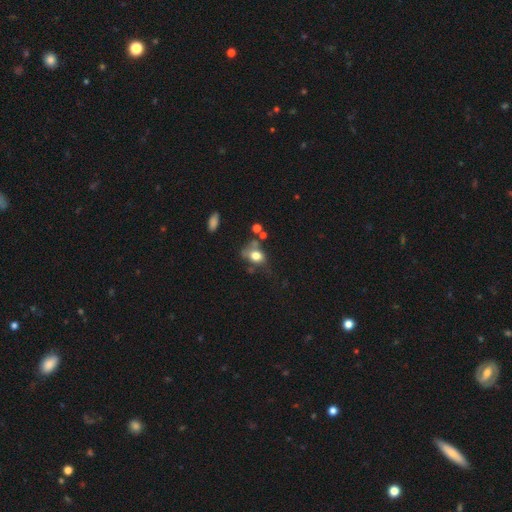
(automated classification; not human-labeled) The model was most divided on "merging": none: 35%, minor disturbance: 26%, major disturbance: 24%, merger: 15%. More confident: smooth or featured — smooth (71%); how rounded — in between (60%).